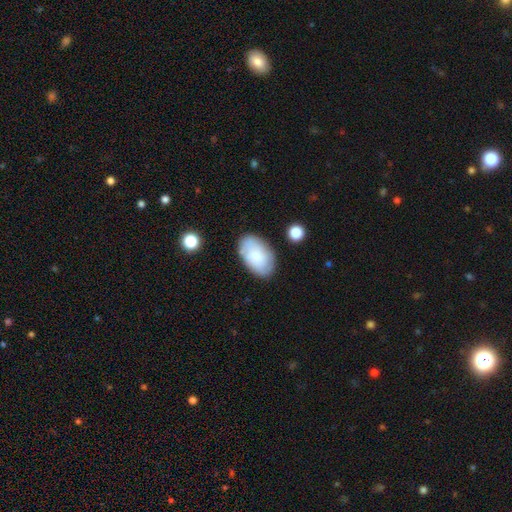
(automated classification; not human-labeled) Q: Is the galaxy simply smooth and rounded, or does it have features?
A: smooth — 71%.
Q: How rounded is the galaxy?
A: in between — 93%.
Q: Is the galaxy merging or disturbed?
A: none — 79%.